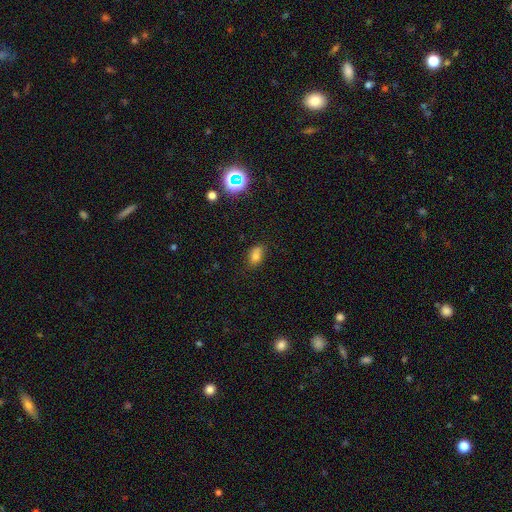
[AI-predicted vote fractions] Smooth or featured?
  - smooth: 74% *
  - star or artifact: 15%
  - featured or disk: 10%
How rounded?
  - in between: 79% *
  - round: 18%
  - cigar-shaped: 2%
Merging?
  - none: 63% *
  - minor disturbance: 23%
  - merger: 8%
  - major disturbance: 6%